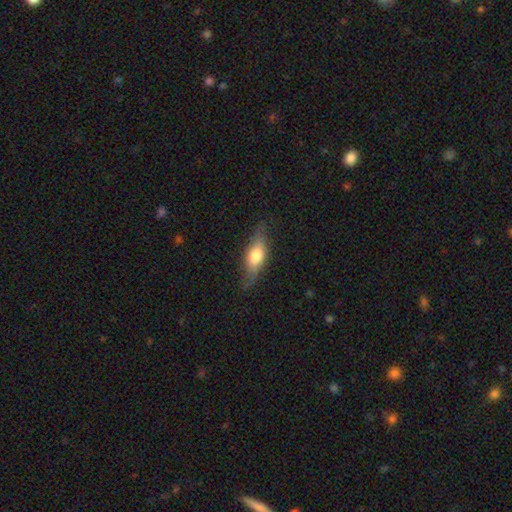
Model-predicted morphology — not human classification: Smooth or featured: smooth — 58% (featured or disk — 36%)
How rounded: in between — 61% (cigar-shaped — 34%)
Merging: none — 76% (minor disturbance — 18%)